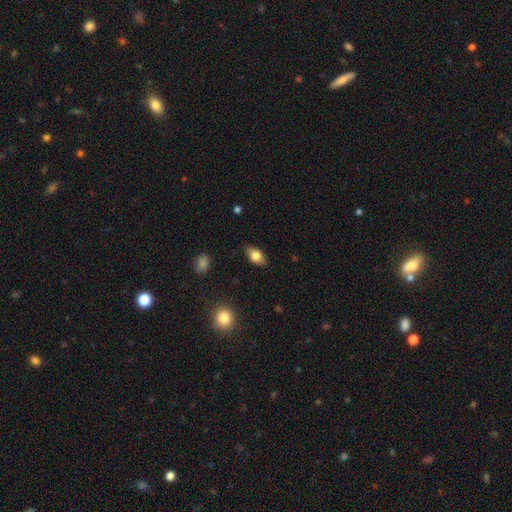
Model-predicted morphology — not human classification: smooth 79%, featured or disk 14%, star or artifact 8%. Down the decision tree: how rounded — in between (88%); merging — none (84%).